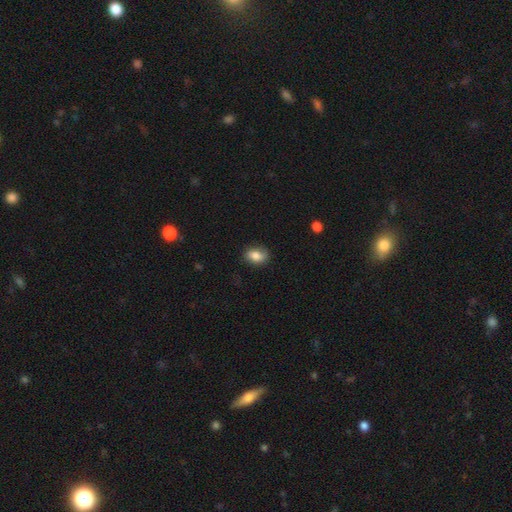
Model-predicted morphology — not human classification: The model was most divided on "how rounded": in between: 76%, round: 22%, cigar-shaped: 2%. More confident: smooth or featured — smooth (82%); merging — none (77%).